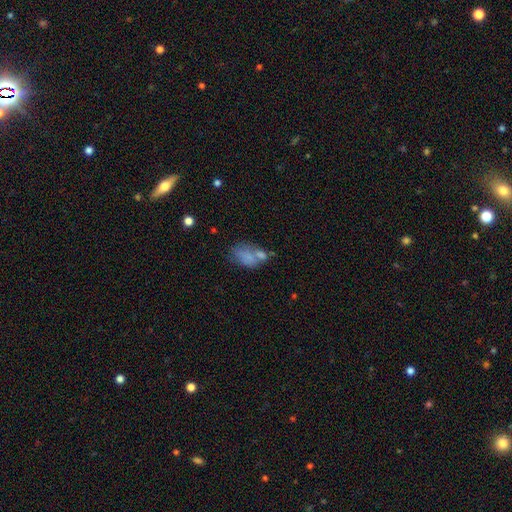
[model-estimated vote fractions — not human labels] smooth-or-featured: smooth: 66% | featured or disk: 20% | star or artifact: 13%
  how-rounded: in between: 82% | round: 15% | cigar-shaped: 3%
  merging: none: 37% | merger: 32% | minor disturbance: 19% | major disturbance: 12%